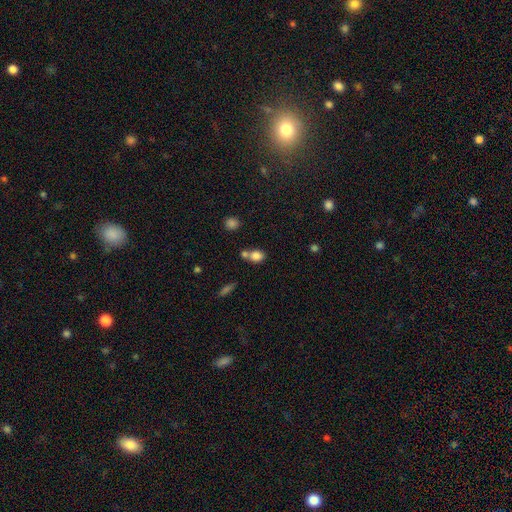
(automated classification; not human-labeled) Smooth or featured? smooth (81%)
How rounded? in between (50%)
Merging? none (47%)